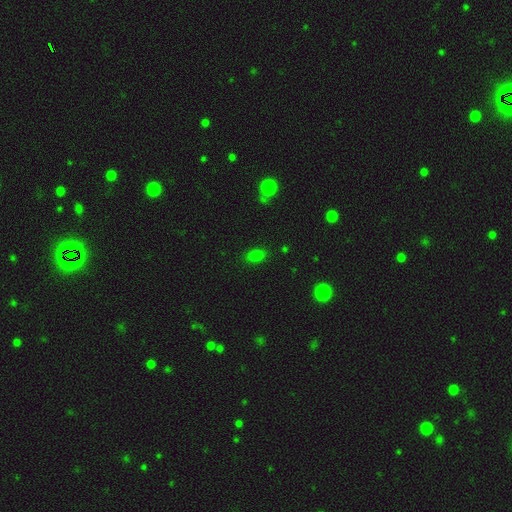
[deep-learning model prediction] Morphology: type=smooth (79%); roundness=in between (82%); merging=none (84%).